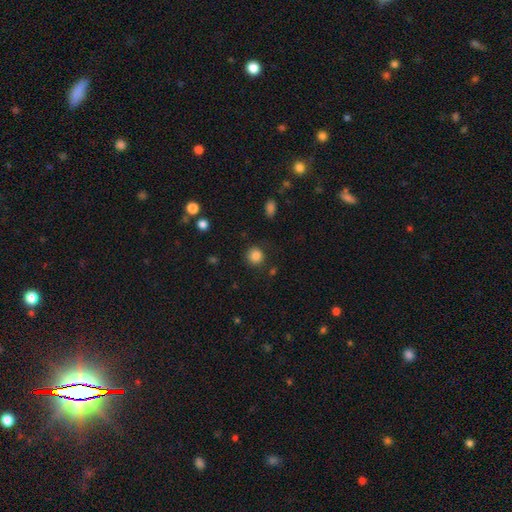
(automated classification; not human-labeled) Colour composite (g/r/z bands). It shows a smooth galaxy with no disk features (85%) that is round (90%). Merging: none (86%).